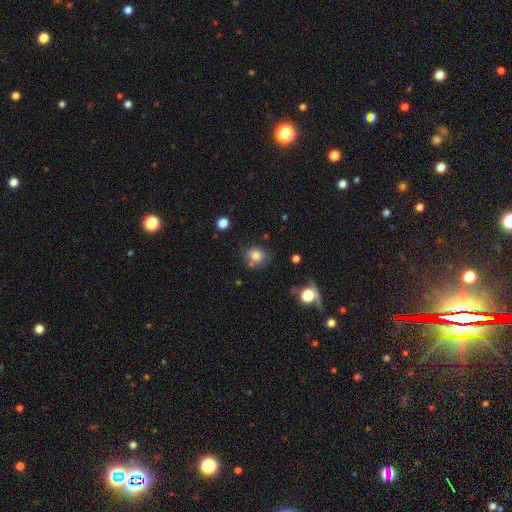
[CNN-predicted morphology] smooth-or-featured: smooth: 80% | star or artifact: 12% | featured or disk: 8%
  how-rounded: round: 71% | in between: 28% | cigar-shaped: 1%
  merging: none: 69% | minor disturbance: 16% | merger: 10% | major disturbance: 5%